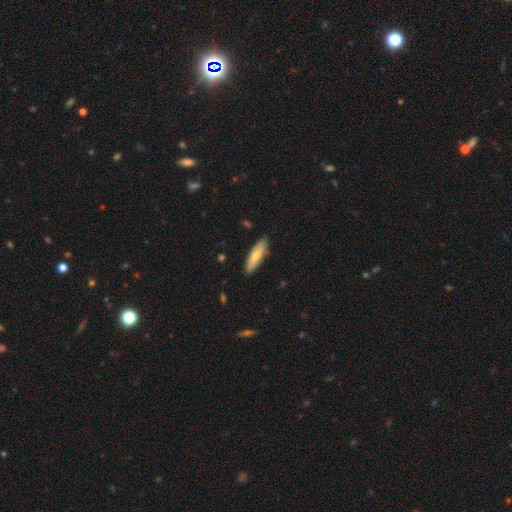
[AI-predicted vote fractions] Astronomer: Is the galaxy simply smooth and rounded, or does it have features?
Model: smooth — 72%.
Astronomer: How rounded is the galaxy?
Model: cigar-shaped — 62%.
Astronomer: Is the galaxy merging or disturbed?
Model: none — 86%.